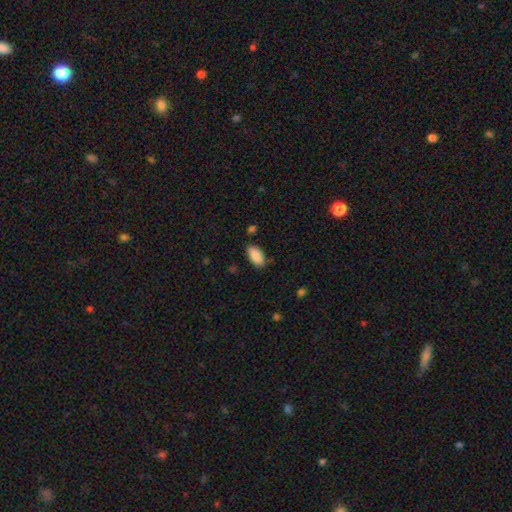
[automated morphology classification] A smooth galaxy with no disk features (89%) that is in between round and cigar-shaped (93%). Merging: none (84%).